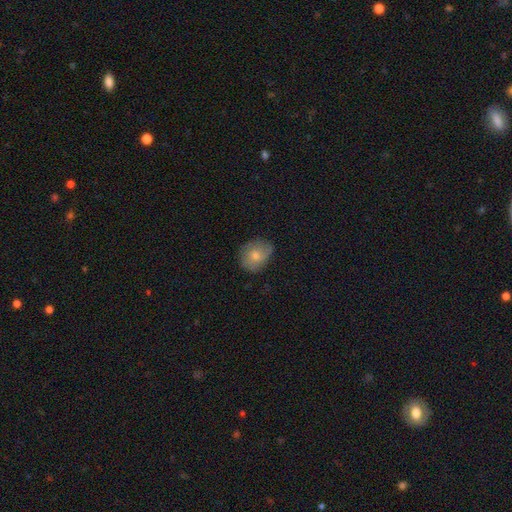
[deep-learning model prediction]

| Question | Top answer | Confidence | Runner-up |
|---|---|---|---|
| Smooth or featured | smooth | 69% | featured or disk (23%) |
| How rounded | round | 62% | in between (37%) |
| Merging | none | 66% | minor disturbance (26%) |